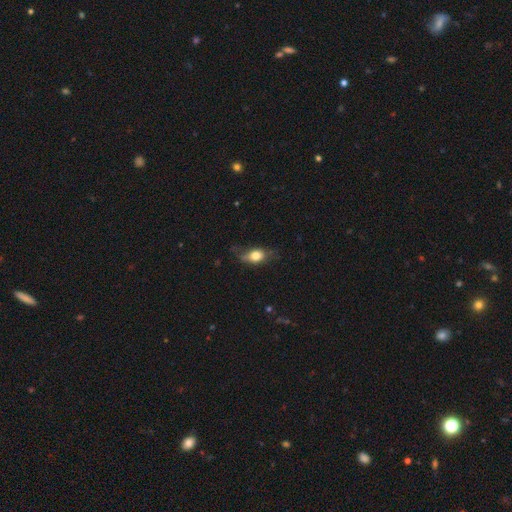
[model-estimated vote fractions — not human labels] Smooth or featured? smooth (72%)
How rounded? in between (72%)
Merging? none (54%)